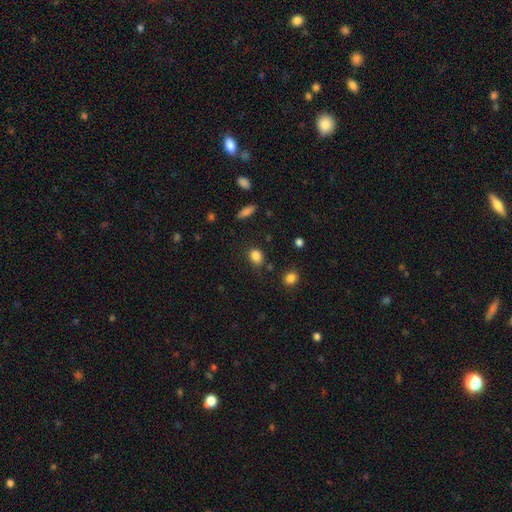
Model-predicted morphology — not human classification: Smooth or featured? Predicted: smooth (p=0.84). How rounded? Predicted: in between (p=0.51). Merging? Predicted: none (p=0.74).